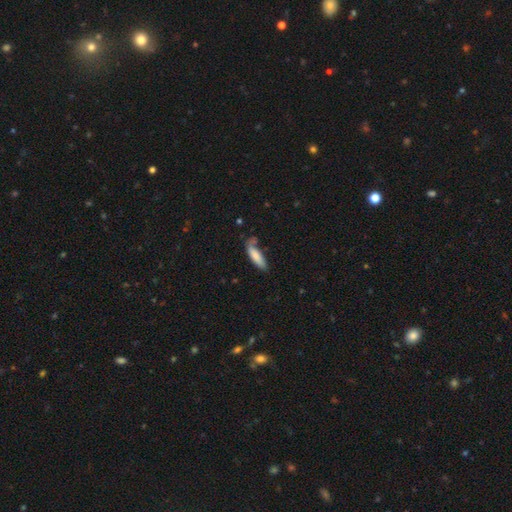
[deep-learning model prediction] Smooth or featured? Predicted: smooth (p=0.81). How rounded? Predicted: cigar-shaped (p=0.57). Merging? Predicted: none (p=0.56).